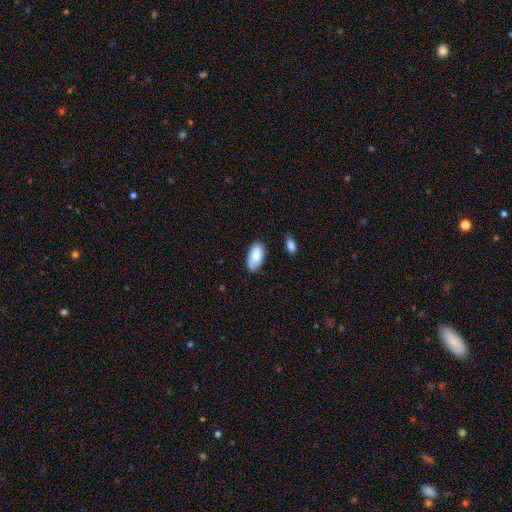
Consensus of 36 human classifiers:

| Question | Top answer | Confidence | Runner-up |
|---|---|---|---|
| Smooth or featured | smooth | 89% | featured or disk (6%) |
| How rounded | in between | 100% | — |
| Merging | none | 82% | minor disturbance (15%) |